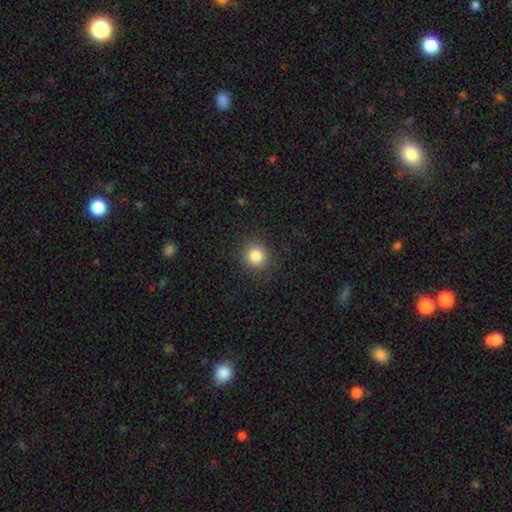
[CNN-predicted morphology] Overall: smooth (84%). How rounded: round (92%). Merging: none (89%).